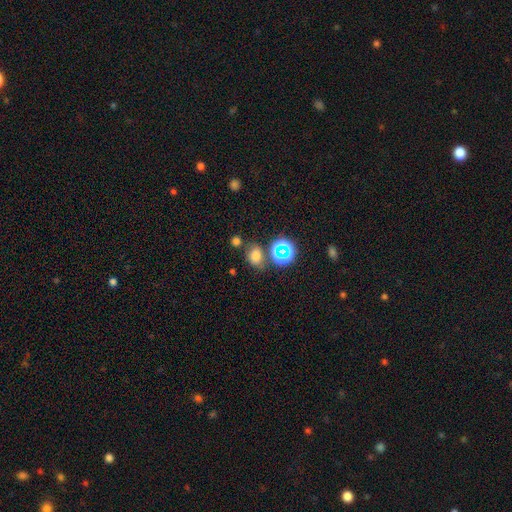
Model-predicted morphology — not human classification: smooth-or-featured: smooth: 69% | star or artifact: 22% | featured or disk: 9%
  how-rounded: in between: 56% | round: 42% | cigar-shaped: 1%
  merging: none: 68% | minor disturbance: 14% | merger: 13% | major disturbance: 5%